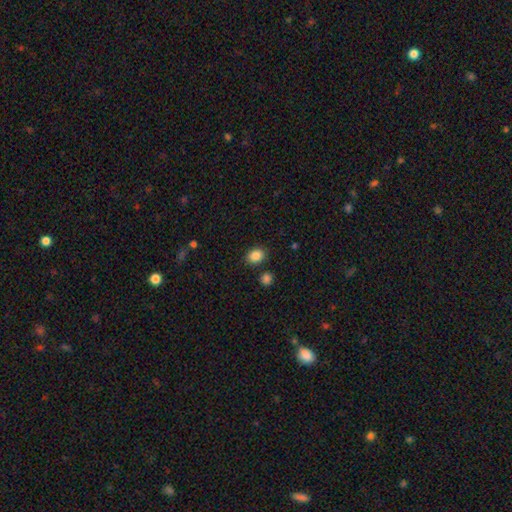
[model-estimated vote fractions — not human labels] Overall: smooth (87%). How rounded: in between (55%; round 44%). Merging: none (84%).